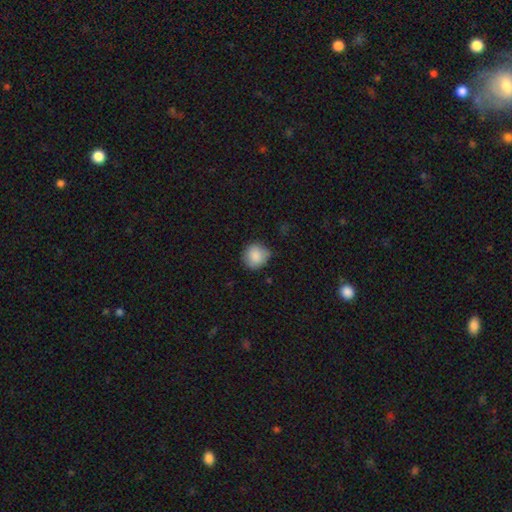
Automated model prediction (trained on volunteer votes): Overall: smooth (87%). How rounded: round (89%). Merging: none (78%).